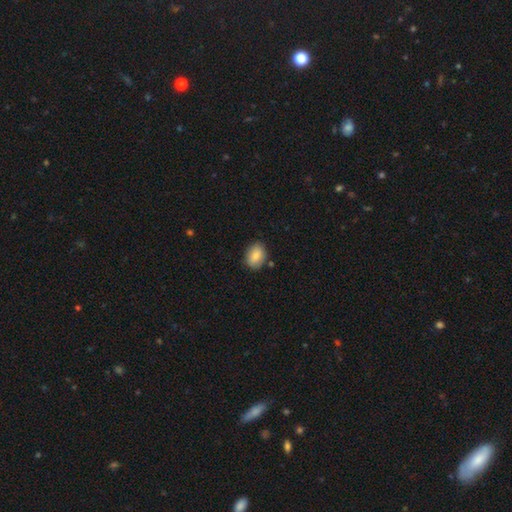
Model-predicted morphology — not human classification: The model was most divided on "how rounded": in between: 73%, round: 26%, cigar-shaped: 1%. More confident: smooth or featured — smooth (84%); merging — none (81%).